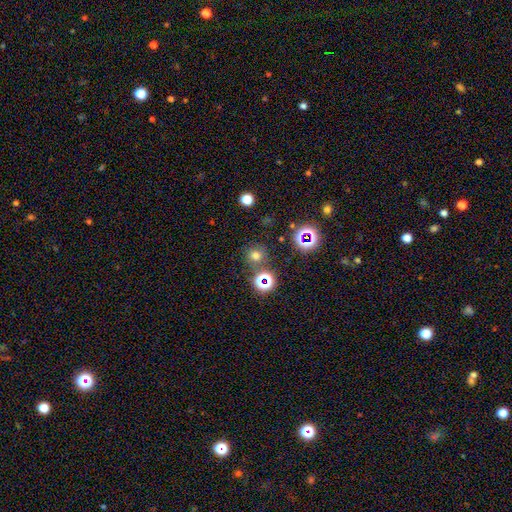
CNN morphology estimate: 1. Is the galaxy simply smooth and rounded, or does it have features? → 64% smooth, 28% star or artifact, 8% featured or disk.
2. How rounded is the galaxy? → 90% round, 9% in between, 1% cigar-shaped.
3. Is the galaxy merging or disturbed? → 79% none, 9% minor disturbance, 8% merger, 4% major disturbance.